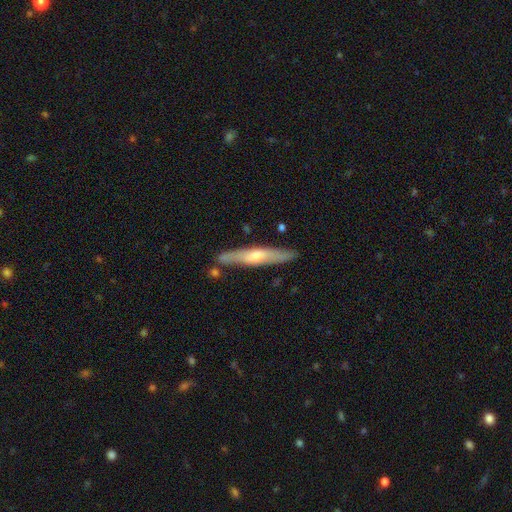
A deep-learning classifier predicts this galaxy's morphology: smooth-or-featured: featured or disk: 64% | smooth: 29% | star or artifact: 7%
  disk-edge-on: yes: 92% | no: 8%
    edge-on-bulge: rounded: 78% | none: 15% | boxy: 8%
  merging: none: 80% | minor disturbance: 13% | merger: 4% | major disturbance: 3%